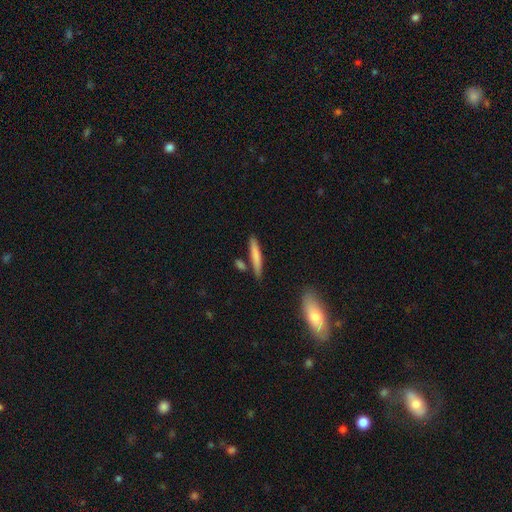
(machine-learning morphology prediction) Smooth or featured?
  - smooth: 76% *
  - featured or disk: 19%
  - star or artifact: 5%
How rounded?
  - cigar-shaped: 91% *
  - in between: 7%
  - round: 2%
Merging?
  - none: 78% *
  - minor disturbance: 11%
  - merger: 8%
  - major disturbance: 2%